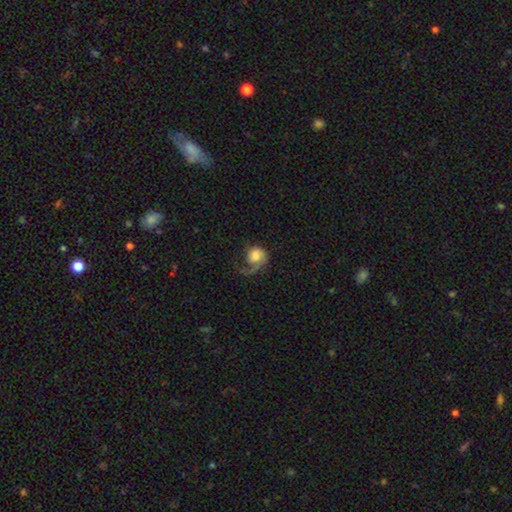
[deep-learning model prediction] A featured or disk galaxy (58%) with no bar (72%), 1 (83%) loose (53%) spiral arms (90%) and a large central bulge (36%). Merging: major disturbance (43%).